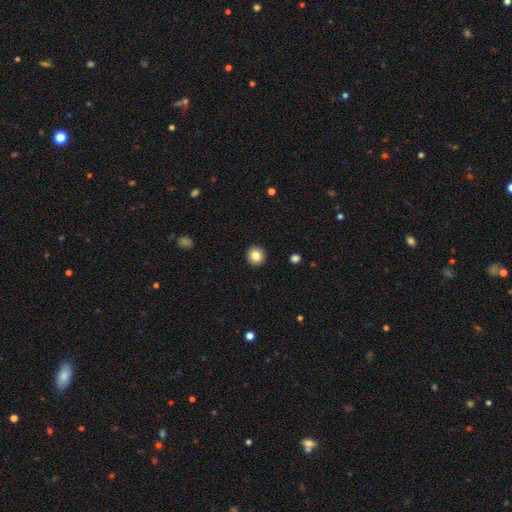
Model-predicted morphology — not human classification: Smooth or featured? smooth (83%)
How rounded? round (93%)
Merging? none (93%)